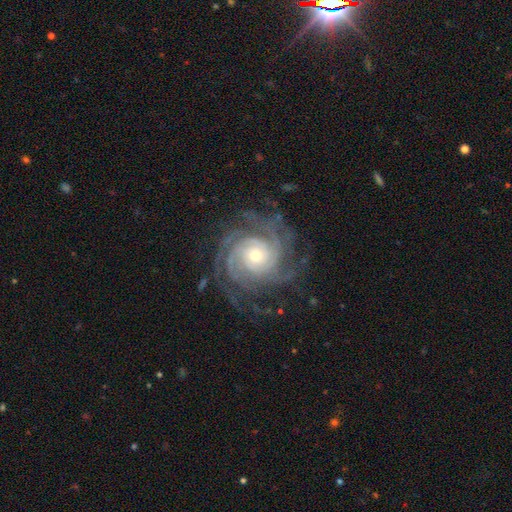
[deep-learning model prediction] smooth-or-featured: featured or disk: 91% | star or artifact: 5% | smooth: 4%
  disk-edge-on: no: 98% | yes: 2%
    bar: no: 73% | weak: 20% | strong: 7%
    has-spiral-arms: yes: 98% | no: 2%
      spiral-winding: tight: 75% | medium: 22% | loose: 3%
      spiral-arm-count: 4: 27% | more than 4: 22% | can't tell: 18% | 3: 16% | 2: 10% | 1: 8%
    bulge-size: small: 51% | moderate: 43% | large: 4% | none: 1% | dominant: 1%
  merging: none: 76% | minor disturbance: 15% | major disturbance: 8% | merger: 1%